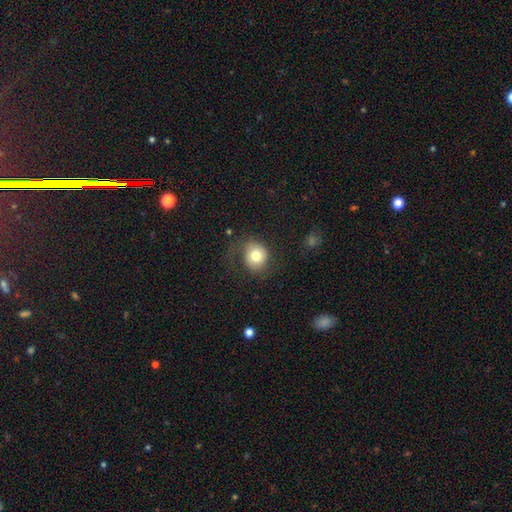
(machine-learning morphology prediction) A smooth galaxy with no disk features (74%) that is round (75%).

Vote fractions:
- Smooth or featured? smooth: 74% / featured or disk: 16% / star or artifact: 9%
- How rounded? round: 75% / in between: 24% / cigar-shaped: 1%
- Merging? none: 60% / minor disturbance: 22% / major disturbance: 16% / merger: 2%